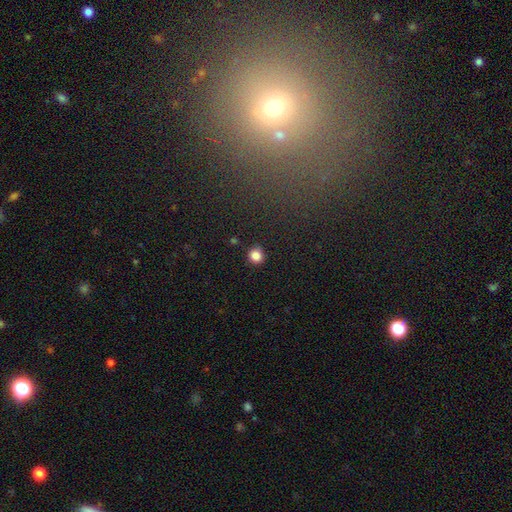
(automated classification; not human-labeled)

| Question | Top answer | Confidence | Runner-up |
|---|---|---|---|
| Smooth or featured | smooth | 83% | star or artifact (12%) |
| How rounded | round | 91% | in between (8%) |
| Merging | none | 88% | minor disturbance (8%) |